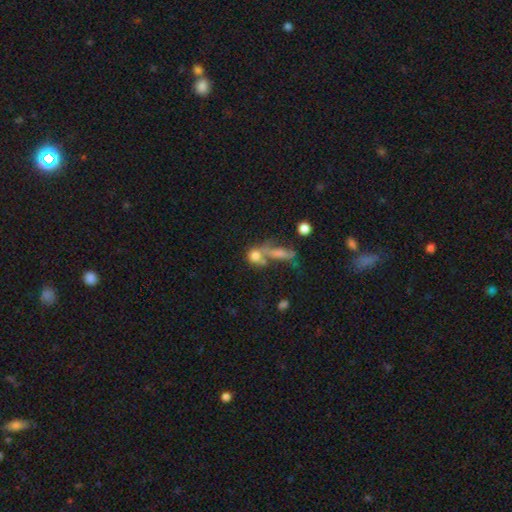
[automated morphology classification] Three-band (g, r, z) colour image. It shows a smooth galaxy with no disk features (71%) that is round (66%). Merging: merger (42%).